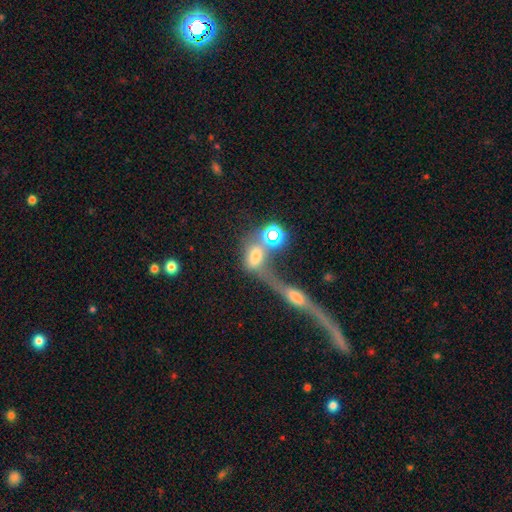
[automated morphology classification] A smooth galaxy with no disk features (58%) that is in between round and cigar-shaped (69%). Merging: merger (50%).